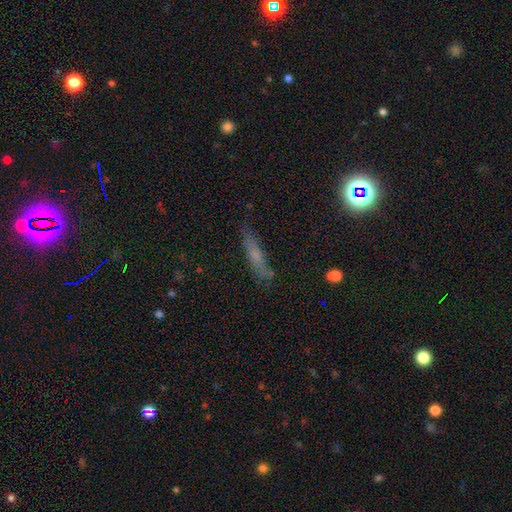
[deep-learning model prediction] A smooth galaxy with no disk features (48%). Merging: none (74%).